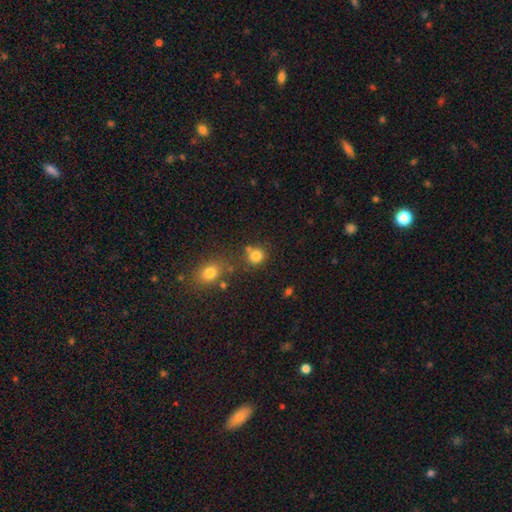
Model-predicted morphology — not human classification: Smooth or featured?
  - smooth: 81% *
  - star or artifact: 13%
  - featured or disk: 6%
How rounded?
  - round: 84% *
  - in between: 15%
  - cigar-shaped: 1%
Merging?
  - none: 69% *
  - merger: 16%
  - minor disturbance: 11%
  - major disturbance: 4%